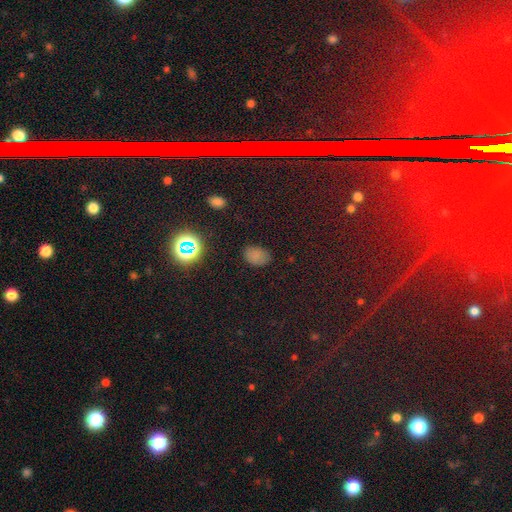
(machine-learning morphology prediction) smooth 71%, star or artifact 23%, featured or disk 7%. Down the decision tree: how rounded — in between (79%); merging — none (81%).